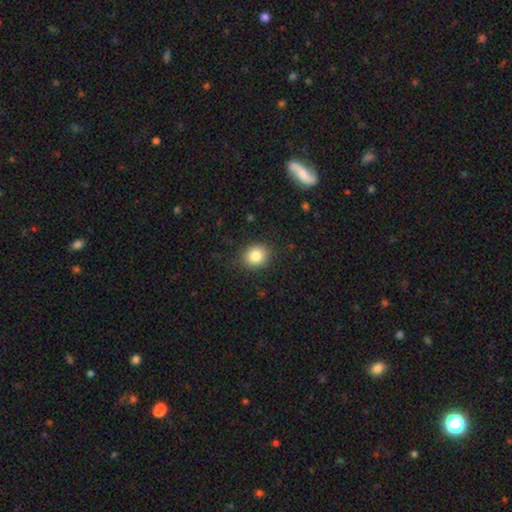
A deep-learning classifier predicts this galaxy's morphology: Smooth or featured? Predicted: smooth (p=0.83). How rounded? Predicted: round (p=0.76). Merging? Predicted: none (p=0.87).